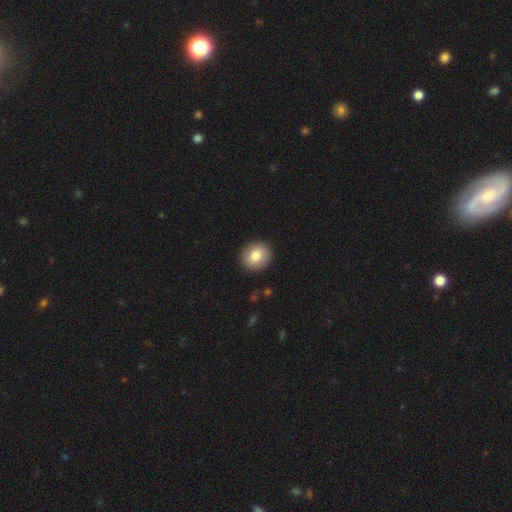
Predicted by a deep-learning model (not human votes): Smooth or featured?
  - smooth: 82% *
  - featured or disk: 10%
  - star or artifact: 8%
How rounded?
  - round: 79% *
  - in between: 20%
  - cigar-shaped: 1%
Merging?
  - none: 91% *
  - minor disturbance: 6%
  - major disturbance: 2%
  - merger: 1%